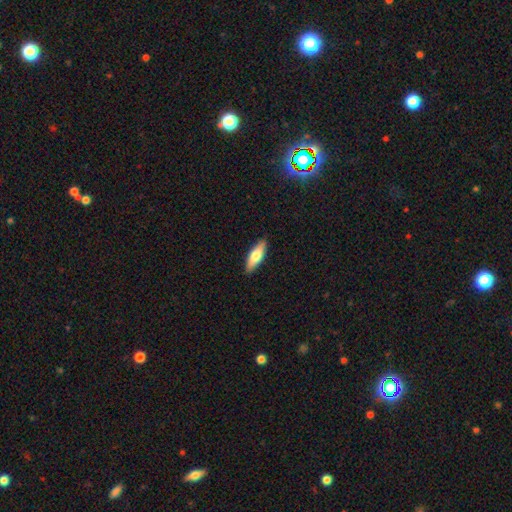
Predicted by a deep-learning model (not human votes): Smooth or featured: smooth — 67% (featured or disk — 28%)
How rounded: in between — 57% (cigar-shaped — 41%)
Merging: none — 89% (minor disturbance — 8%)